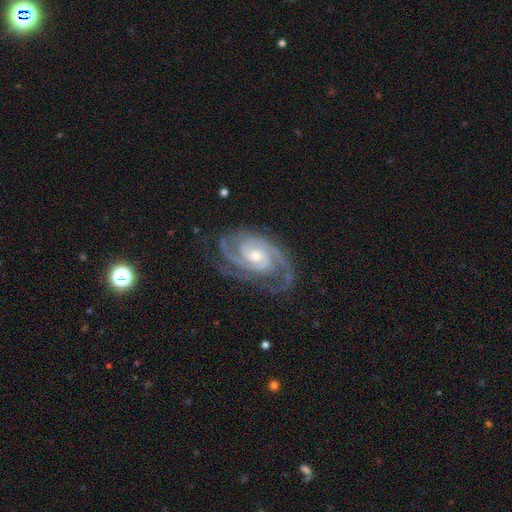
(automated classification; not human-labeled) Q: Smooth or featured?
A: featured or disk (93%); runner-up: star or artifact (4%)
Q: Edge-on disk?
A: no (97%); runner-up: yes (3%)
Q: Bar?
A: no (57%); runner-up: weak (34%)
Q: Spiral arms?
A: yes (99%); runner-up: no (1%)
Q: Spiral winding?
A: tight (64%); runner-up: medium (32%)
Q: Spiral arm count?
A: 2 (50%); runner-up: 3 (29%)
Q: Bulge size?
A: moderate (57%); runner-up: small (38%)
Q: Merging?
A: none (76%); runner-up: minor disturbance (17%)